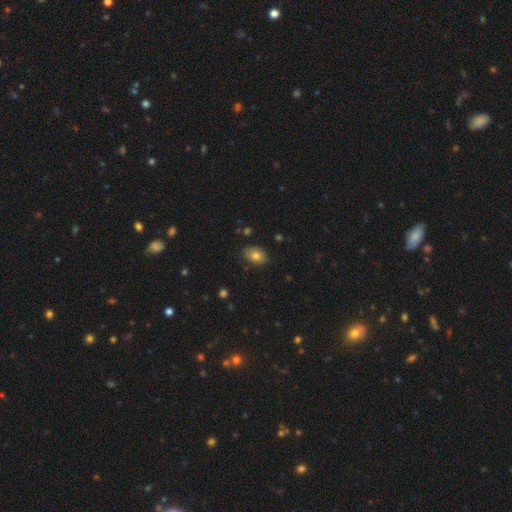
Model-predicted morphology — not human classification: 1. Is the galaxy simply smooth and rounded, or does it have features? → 80% smooth, 10% featured or disk, 9% star or artifact.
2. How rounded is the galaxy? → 81% in between, 17% round, 1% cigar-shaped.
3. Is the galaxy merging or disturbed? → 83% none, 13% minor disturbance, 2% major disturbance, 1% merger.